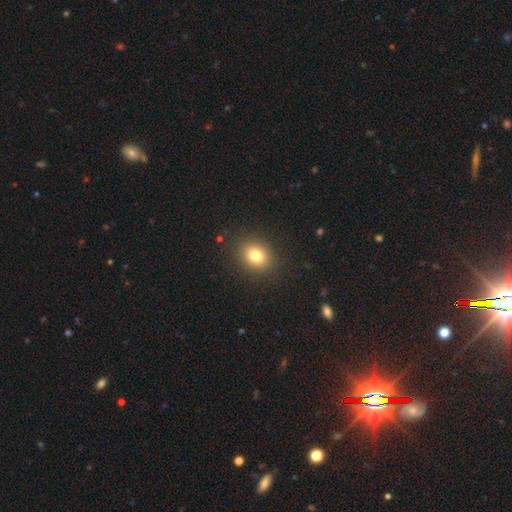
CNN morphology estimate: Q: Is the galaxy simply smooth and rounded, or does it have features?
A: smooth — 79%.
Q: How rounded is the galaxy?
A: round — 59%.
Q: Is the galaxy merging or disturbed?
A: none — 89%.